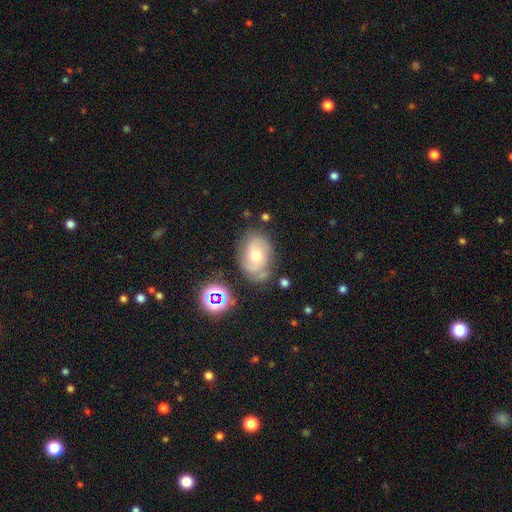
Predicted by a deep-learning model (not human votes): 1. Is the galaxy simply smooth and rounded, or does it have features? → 60% featured or disk, 29% smooth, 11% star or artifact.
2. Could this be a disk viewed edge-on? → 96% no, 4% yes.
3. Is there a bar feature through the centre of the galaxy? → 63% no, 32% weak, 6% strong.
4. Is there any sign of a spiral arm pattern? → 84% yes, 16% no.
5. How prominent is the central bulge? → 64% moderate, 21% small, 11% large, 2% none, 2% dominant.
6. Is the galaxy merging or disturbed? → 63% none, 23% minor disturbance, 9% major disturbance, 5% merger.